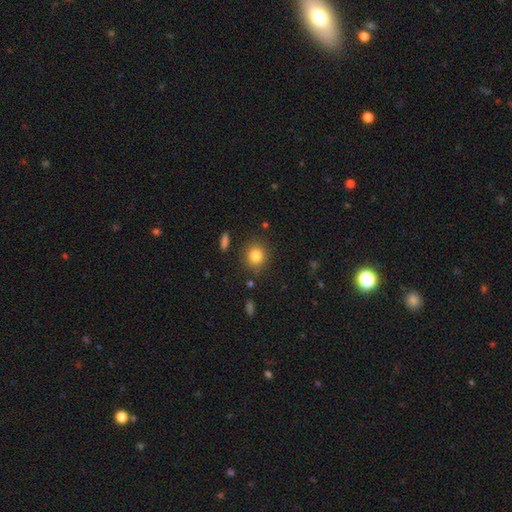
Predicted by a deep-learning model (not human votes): Morphology: type=smooth (83%); roundness=round (83%); merging=none (86%).